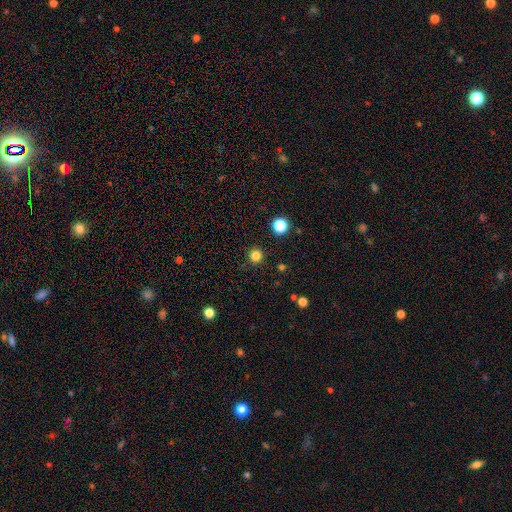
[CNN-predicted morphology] smooth 82%, star or artifact 14%, featured or disk 4%. Down the decision tree: how rounded — round (96%); merging — none (92%).